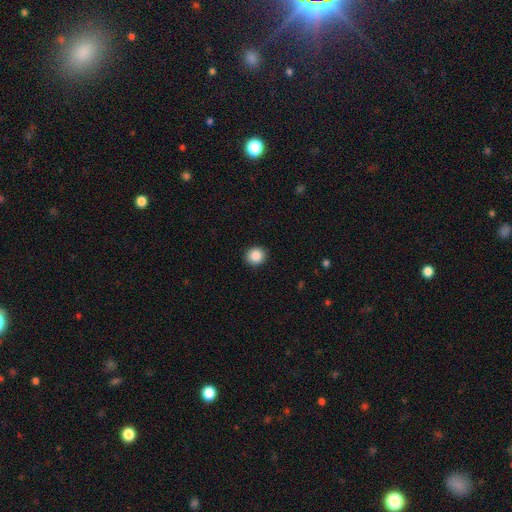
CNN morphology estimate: Smooth or featured: smooth — 88% (star or artifact — 9%)
How rounded: round — 85% (in between — 14%)
Merging: none — 92% (minor disturbance — 6%)